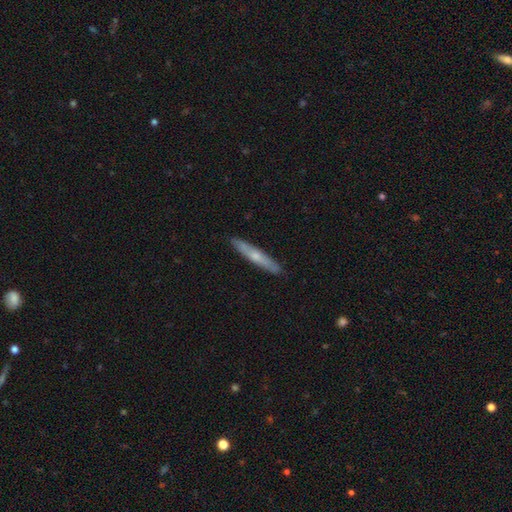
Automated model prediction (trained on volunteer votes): A smooth galaxy with no disk features (50%). Merging: none (89%).